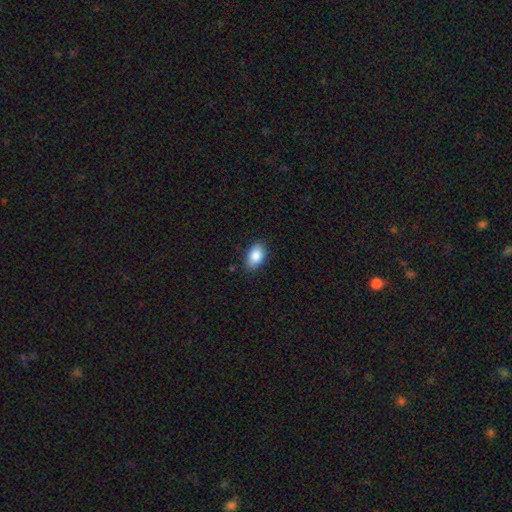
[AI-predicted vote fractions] This is clearly a smooth galaxy (87%). How rounded: clearly in between (91%). Merging: clearly none (84%).